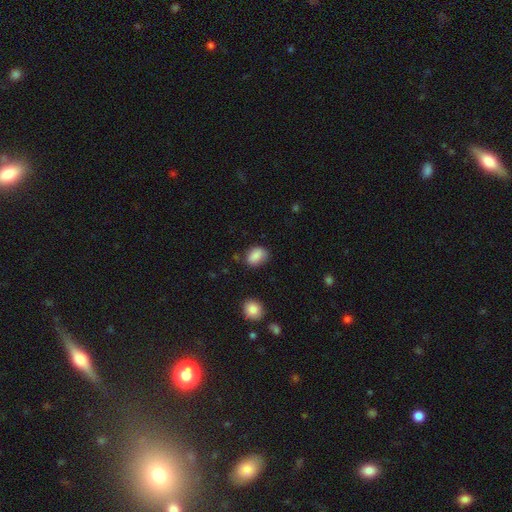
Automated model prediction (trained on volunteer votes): Q: Smooth or featured?
A: smooth (86%); runner-up: star or artifact (9%)
Q: How rounded?
A: in between (75%); runner-up: round (24%)
Q: Merging?
A: none (73%); runner-up: minor disturbance (20%)